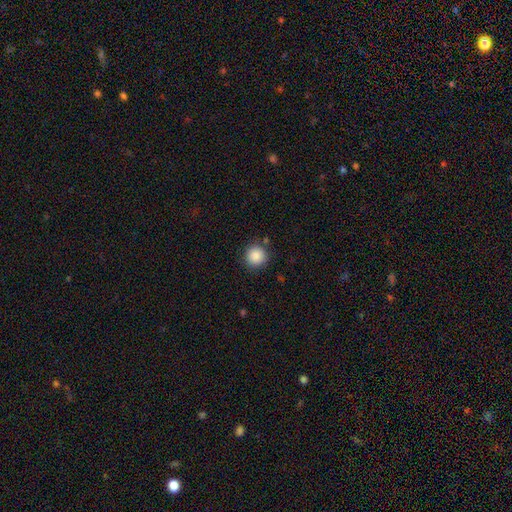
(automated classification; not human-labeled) smooth_or_featured: smooth (p=0.87) [alt: star or artifact p=0.09]
how_rounded: round (p=0.94) [alt: in between p=0.05]
merging: none (p=0.86) [alt: minor disturbance p=0.08]